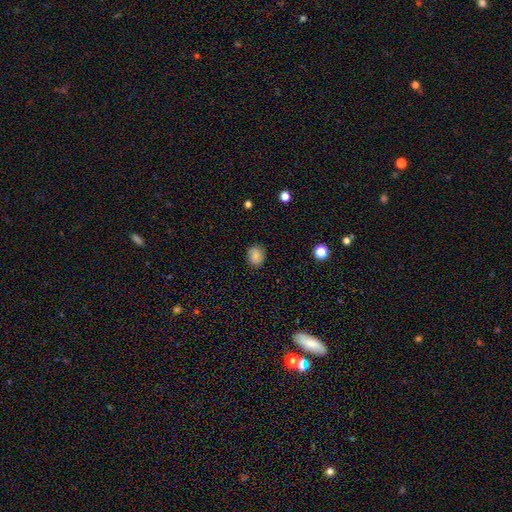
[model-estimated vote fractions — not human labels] Q: Smooth or featured?
A: smooth (86%); runner-up: star or artifact (9%)
Q: How rounded?
A: round (68%); runner-up: in between (31%)
Q: Merging?
A: none (86%); runner-up: minor disturbance (10%)